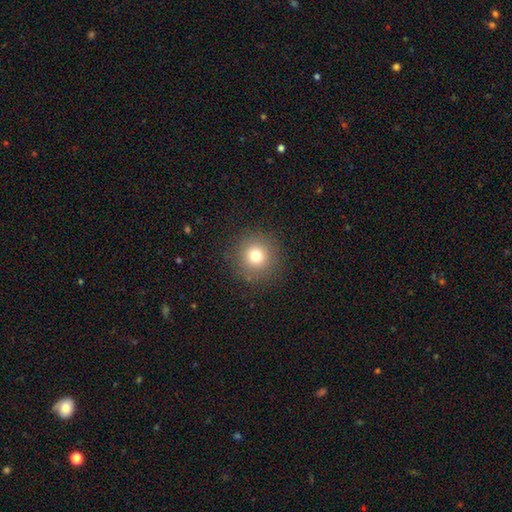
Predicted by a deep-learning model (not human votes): This appears to be a smooth galaxy with no disk features (76%) that is round (95%). Merging: none (90%).